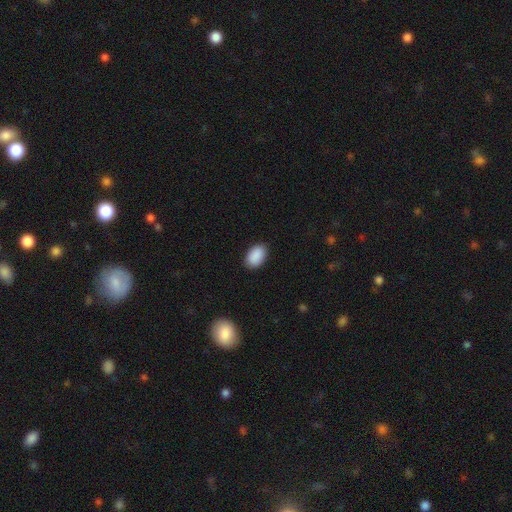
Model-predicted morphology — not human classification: smooth-or-featured: smooth: 90% | star or artifact: 7% | featured or disk: 3%
  how-rounded: in between: 91% | round: 8% | cigar-shaped: 1%
  merging: none: 87% | minor disturbance: 10% | major disturbance: 2% | merger: 1%